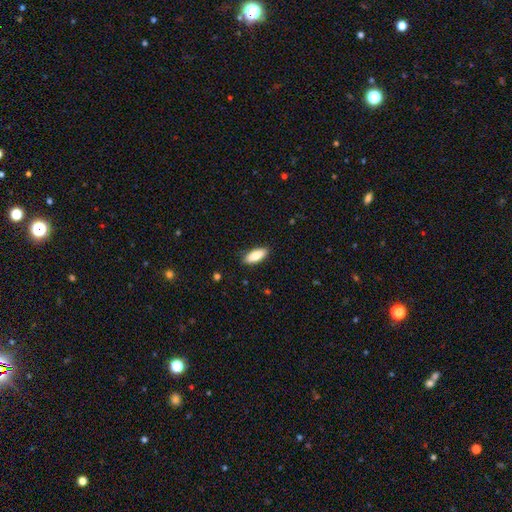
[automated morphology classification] Q: Smooth or featured?
A: smooth (85%); runner-up: featured or disk (9%)
Q: How rounded?
A: in between (75%); runner-up: cigar-shaped (23%)
Q: Merging?
A: none (86%); runner-up: minor disturbance (11%)